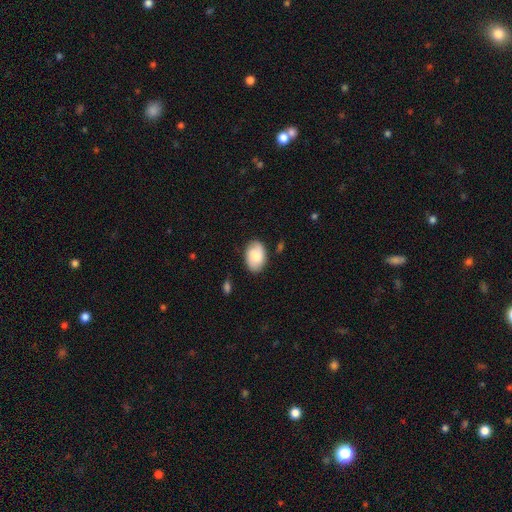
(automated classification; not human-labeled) Q: Smooth or featured?
A: smooth (72%); runner-up: featured or disk (22%)
Q: How rounded?
A: in between (86%); runner-up: round (13%)
Q: Merging?
A: none (82%); runner-up: minor disturbance (13%)